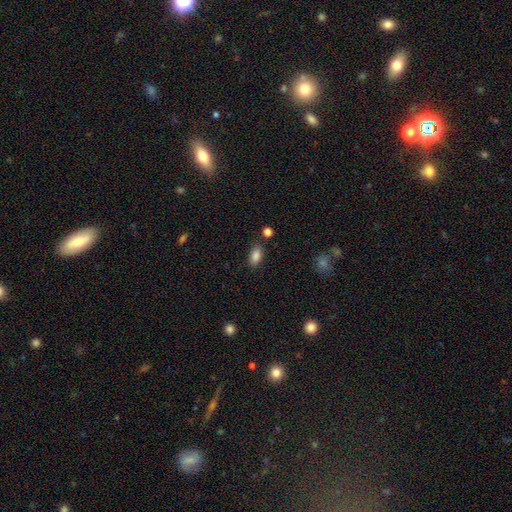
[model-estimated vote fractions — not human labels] This is clearly a smooth galaxy (86%). How rounded: clearly in between (90%). Merging: likely none (79%).